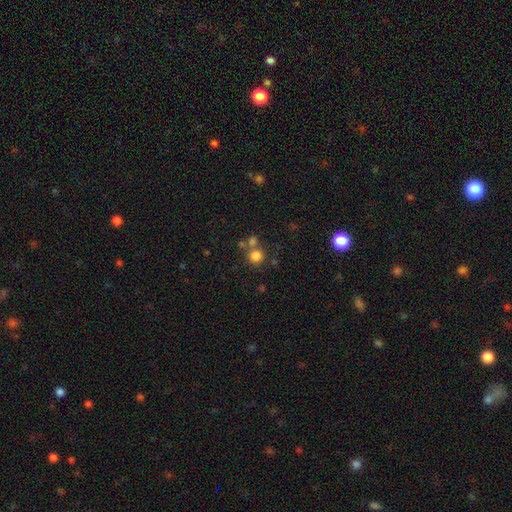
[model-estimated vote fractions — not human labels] smooth_or_featured: smooth (p=0.79) [alt: star or artifact p=0.14]
how_rounded: round (p=0.91) [alt: in between p=0.08]
merging: none (p=0.61) [alt: merger p=0.27]